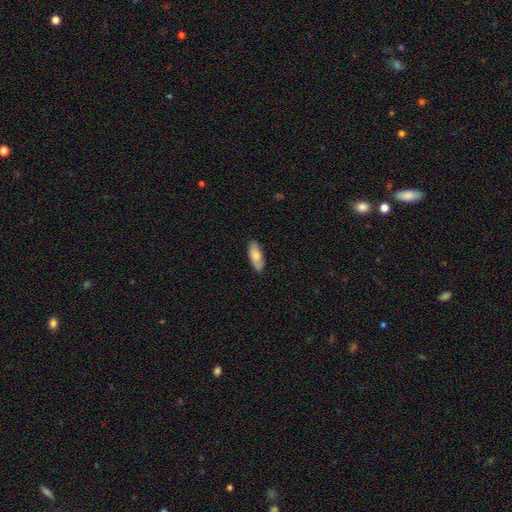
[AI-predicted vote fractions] Q: Smooth or featured?
A: smooth (79%); runner-up: featured or disk (15%)
Q: How rounded?
A: in between (76%); runner-up: cigar-shaped (22%)
Q: Merging?
A: none (84%); runner-up: minor disturbance (13%)